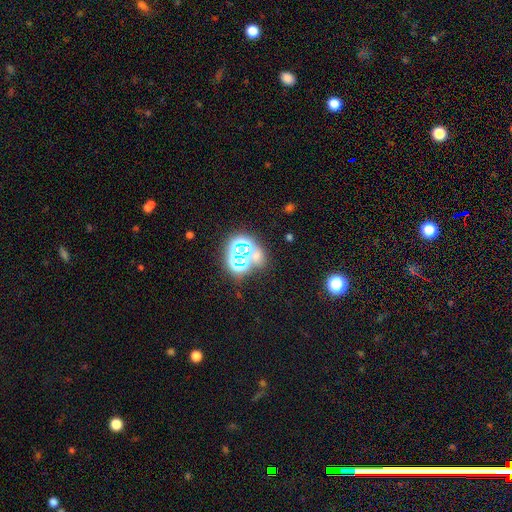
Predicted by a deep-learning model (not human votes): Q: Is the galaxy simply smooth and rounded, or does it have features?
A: star or artifact — 60%.